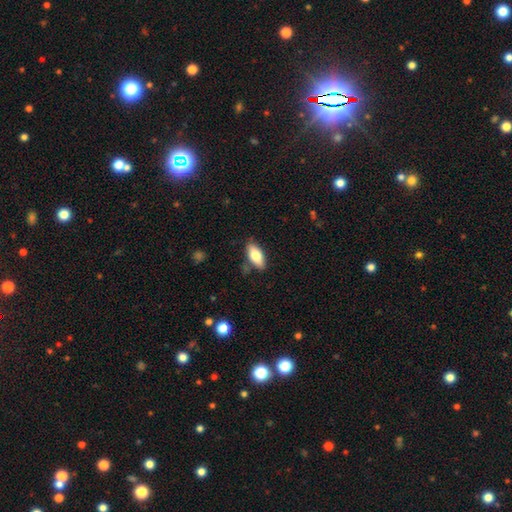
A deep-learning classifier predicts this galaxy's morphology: Smooth or featured: smooth — 75% (featured or disk — 19%)
How rounded: in between — 83% (cigar-shaped — 15%)
Merging: none — 81% (minor disturbance — 14%)